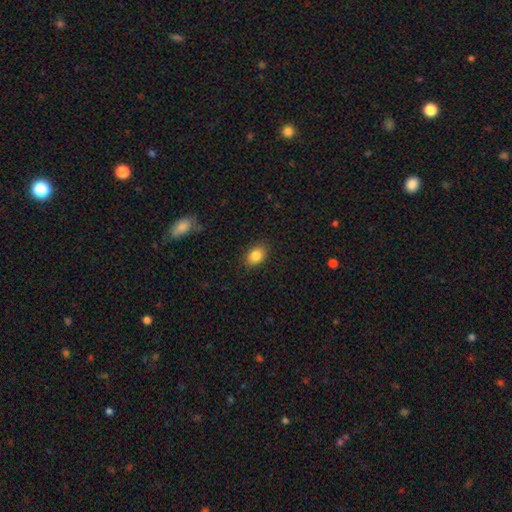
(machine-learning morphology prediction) Smooth or featured: smooth — 84% (star or artifact — 9%)
How rounded: in between — 75% (round — 24%)
Merging: none — 87% (minor disturbance — 10%)